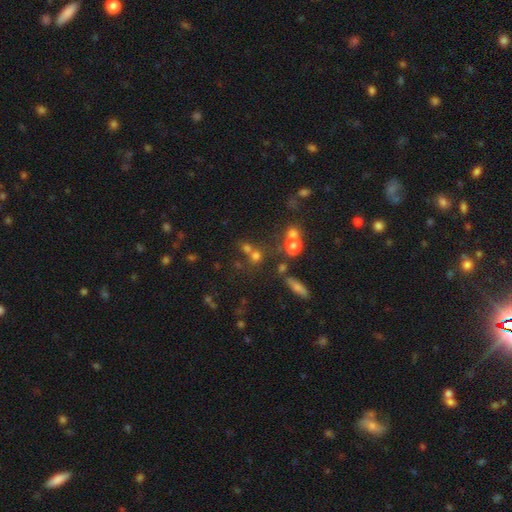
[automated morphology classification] smooth 64%, star or artifact 23%, featured or disk 13%. Down the decision tree: how rounded — round (82%); merging — none (52%).